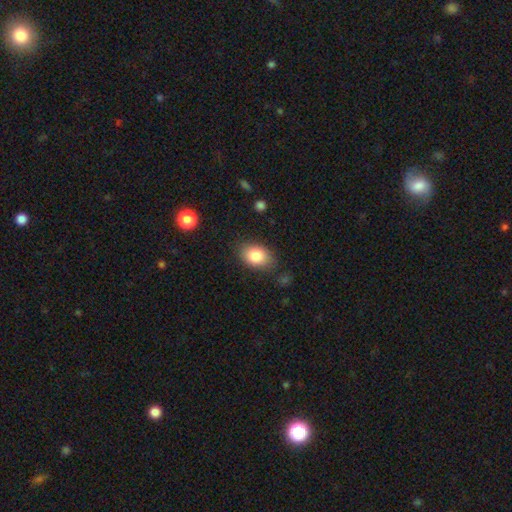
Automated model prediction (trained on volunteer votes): A smooth galaxy with no disk features (84%) that is in between round and cigar-shaped (81%).

Vote fractions:
- Smooth or featured? smooth: 84% / featured or disk: 9% / star or artifact: 8%
- How rounded? in between: 81% / round: 18% / cigar-shaped: 1%
- Merging? none: 81% / minor disturbance: 14% / major disturbance: 4% / merger: 2%